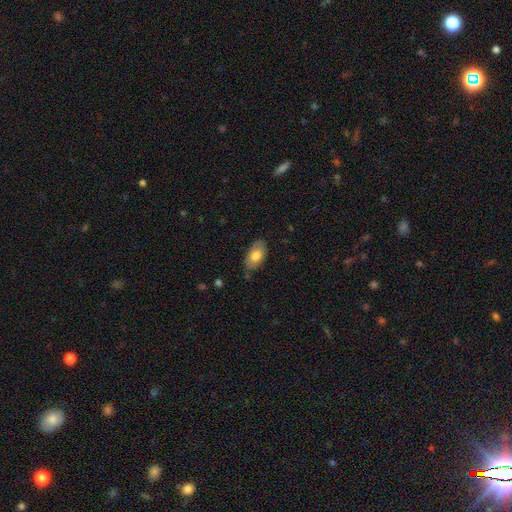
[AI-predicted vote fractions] smooth 74%, featured or disk 20%, star or artifact 6%. Down the decision tree: how rounded — in between (93%); merging — none (75%).